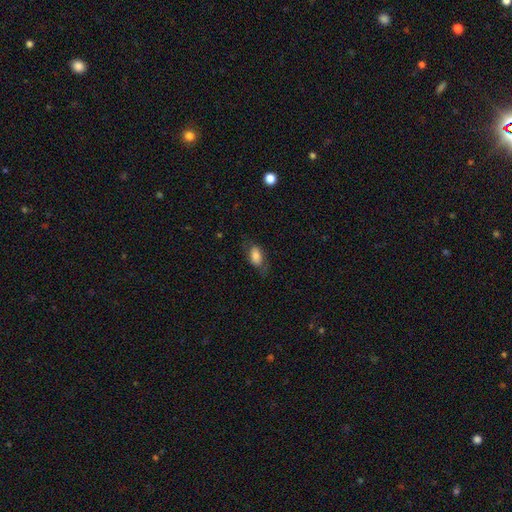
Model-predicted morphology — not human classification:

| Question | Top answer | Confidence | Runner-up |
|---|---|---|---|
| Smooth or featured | smooth | 74% | featured or disk (18%) |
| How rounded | in between | 90% | round (6%) |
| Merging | none | 63% | minor disturbance (23%) |